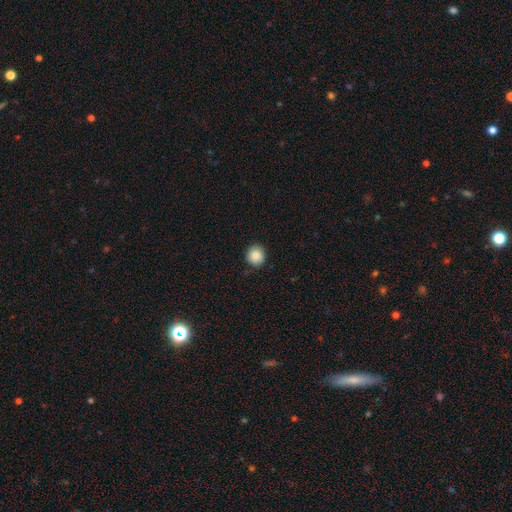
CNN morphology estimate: smooth_or_featured: smooth (p=0.89) [alt: star or artifact p=0.08]
how_rounded: round (p=0.90) [alt: in between p=0.09]
merging: none (p=0.89) [alt: minor disturbance p=0.08]